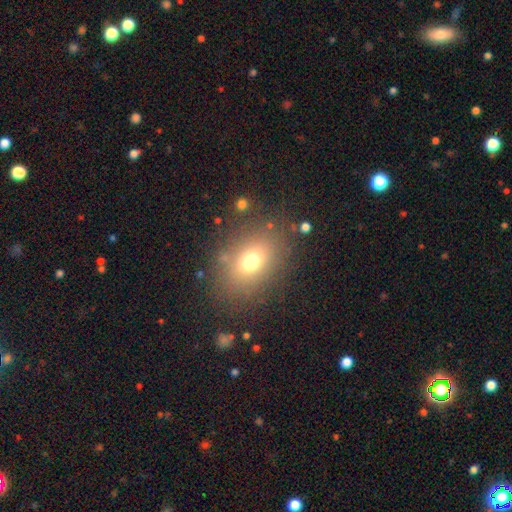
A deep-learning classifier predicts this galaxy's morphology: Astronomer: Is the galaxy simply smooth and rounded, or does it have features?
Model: smooth — 65%.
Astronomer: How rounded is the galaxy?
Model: in between — 62% (runner-up: round, 37%).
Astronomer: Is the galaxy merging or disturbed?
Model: none — 85%.